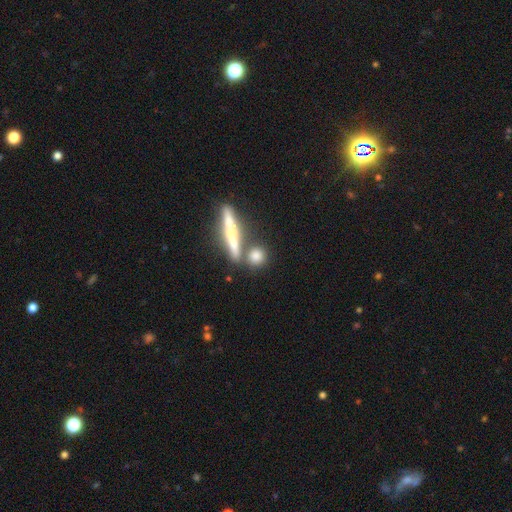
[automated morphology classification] Overall: smooth (76%). How rounded: round (61%; cigar-shaped 22%). Merging: none (70%).